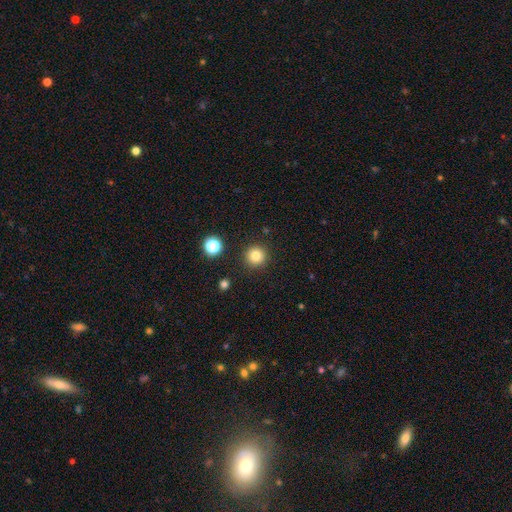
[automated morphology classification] The model was most divided on "smooth or featured": smooth: 82%, star or artifact: 12%, featured or disk: 6%. More confident: how rounded — round (95%); merging — none (91%).